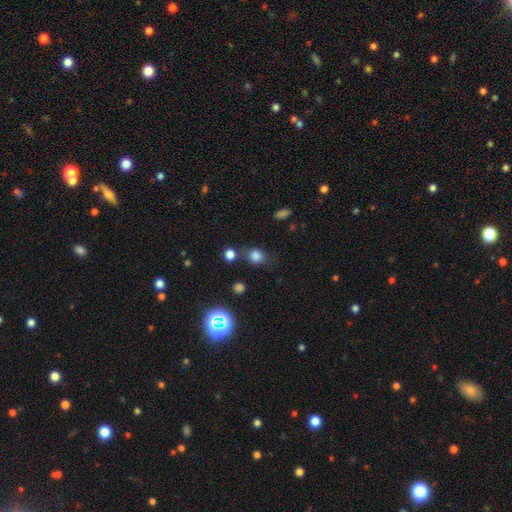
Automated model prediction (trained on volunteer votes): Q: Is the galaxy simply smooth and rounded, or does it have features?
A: smooth — 77%.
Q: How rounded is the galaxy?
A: round — 66%.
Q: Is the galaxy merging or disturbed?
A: none — 66%.